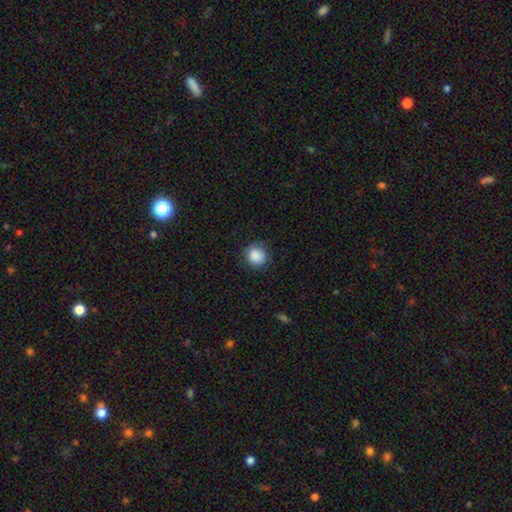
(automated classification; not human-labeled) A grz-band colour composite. It shows a smooth galaxy with no disk features (88%) that is round (89%). Merging: none (83%).